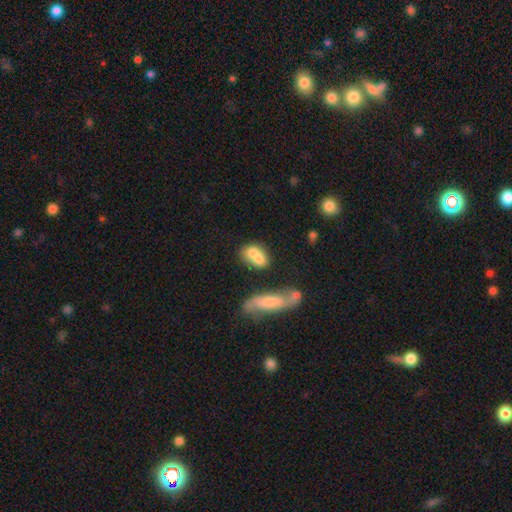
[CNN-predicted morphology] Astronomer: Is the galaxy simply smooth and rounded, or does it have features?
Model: smooth — 70%.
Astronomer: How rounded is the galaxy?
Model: in between — 75%.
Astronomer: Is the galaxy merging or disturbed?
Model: merger — 54%.